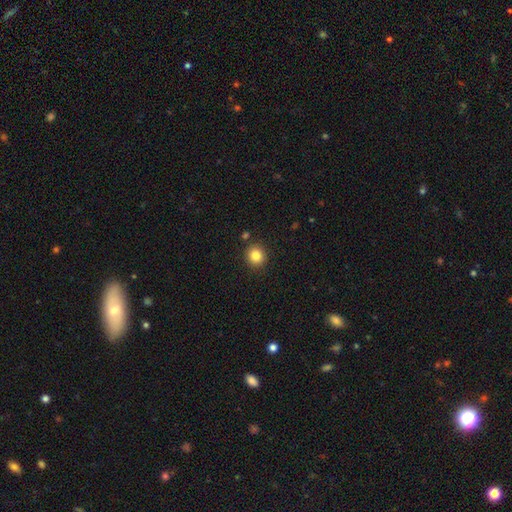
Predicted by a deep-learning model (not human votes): smooth-or-featured: smooth: 84% | star or artifact: 11% | featured or disk: 5%
  how-rounded: round: 90% | in between: 9% | cigar-shaped: 1%
  merging: none: 89% | minor disturbance: 6% | merger: 3% | major disturbance: 2%